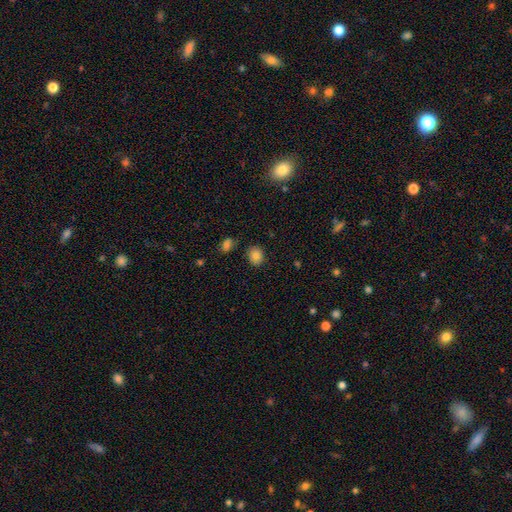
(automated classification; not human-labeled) A smooth galaxy with no disk features (81%) that is round (63%). Merging: none (83%).